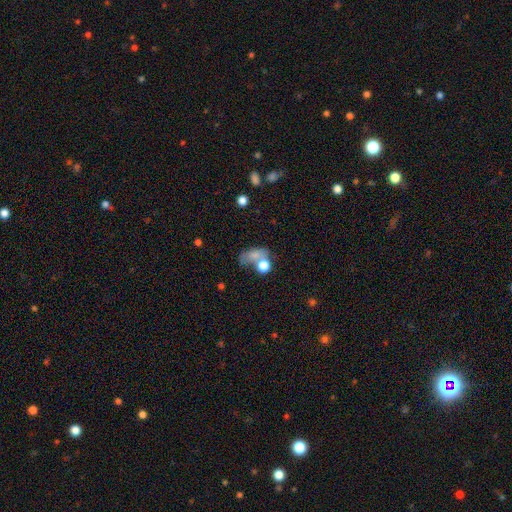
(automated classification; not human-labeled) smooth 69%, featured or disk 17%, star or artifact 14%. Down the decision tree: how rounded — in between (67%); merging — merger (35%).